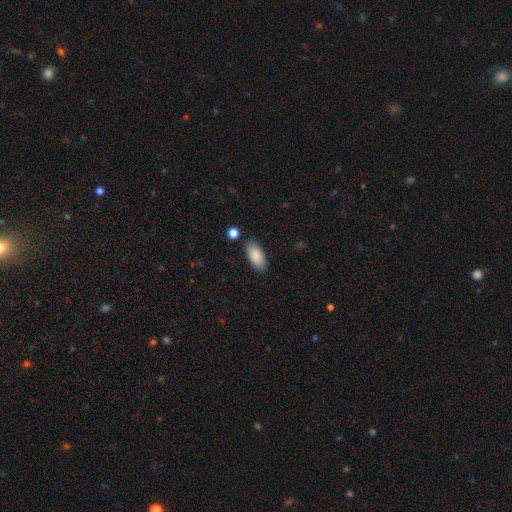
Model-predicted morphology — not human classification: smooth_or_featured: smooth (p=0.88) [alt: star or artifact p=0.06]
how_rounded: in between (p=0.90) [alt: cigar-shaped p=0.08]
merging: none (p=0.84) [alt: minor disturbance p=0.10]